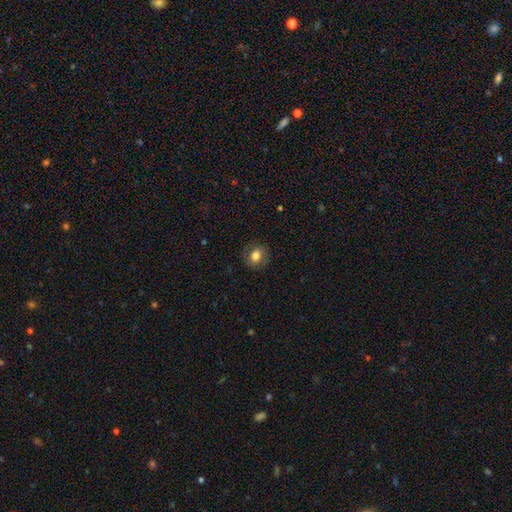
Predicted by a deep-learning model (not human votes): smooth_or_featured: smooth (p=0.75) [alt: featured or disk p=0.15]
how_rounded: round (p=0.61) [alt: in between p=0.38]
merging: none (p=0.83) [alt: minor disturbance p=0.12]